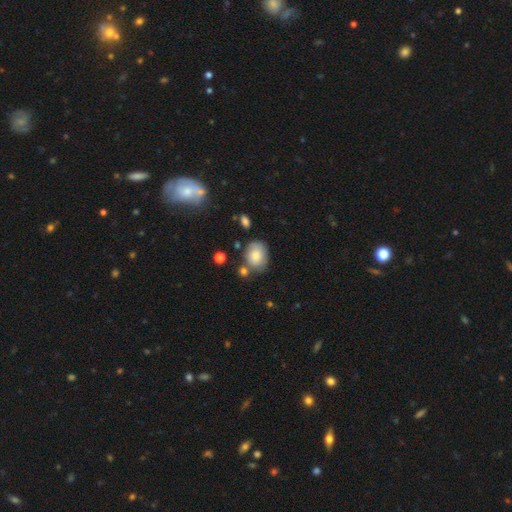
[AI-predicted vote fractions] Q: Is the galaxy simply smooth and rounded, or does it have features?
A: smooth — 79%.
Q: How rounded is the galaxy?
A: in between — 64%.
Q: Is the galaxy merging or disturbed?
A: none — 60%.